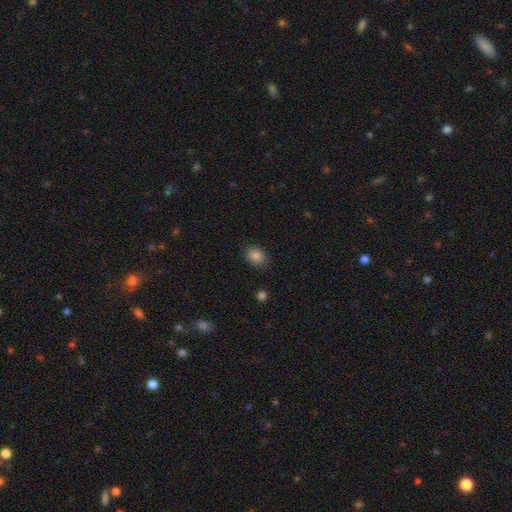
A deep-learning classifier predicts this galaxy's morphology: This appears to be a smooth galaxy with no disk features (85%) that is in between round and cigar-shaped (50%). Merging: none (82%).